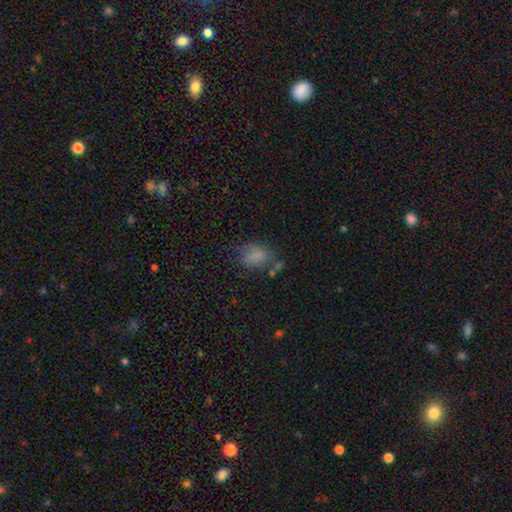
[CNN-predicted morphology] type=smooth (76%); roundness=in between (73%); merging=none (51%).